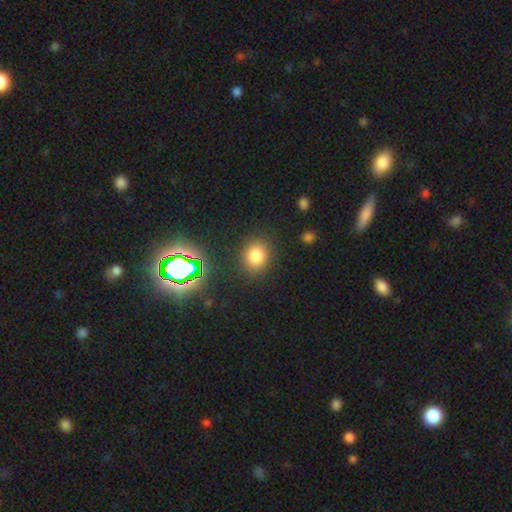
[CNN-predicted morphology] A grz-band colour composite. It shows a smooth galaxy with no disk features (77%) that is round (69%). Merging: none (86%).